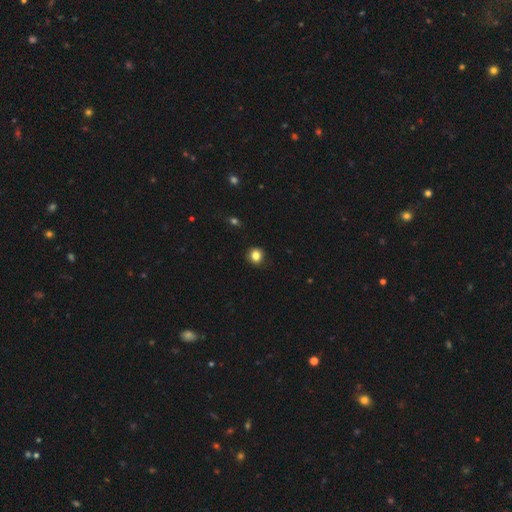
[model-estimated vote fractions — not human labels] Q: Smooth or featured?
A: smooth (83%); runner-up: star or artifact (11%)
Q: How rounded?
A: round (86%); runner-up: in between (13%)
Q: Merging?
A: none (90%); runner-up: minor disturbance (8%)